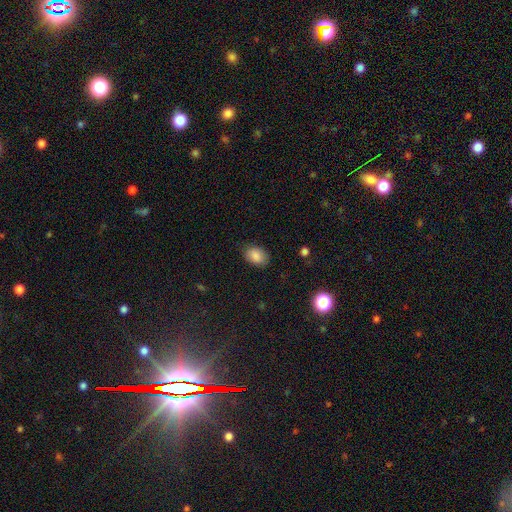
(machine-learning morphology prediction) smooth 86%, star or artifact 8%, featured or disk 6%. Down the decision tree: how rounded — in between (79%); merging — none (81%).